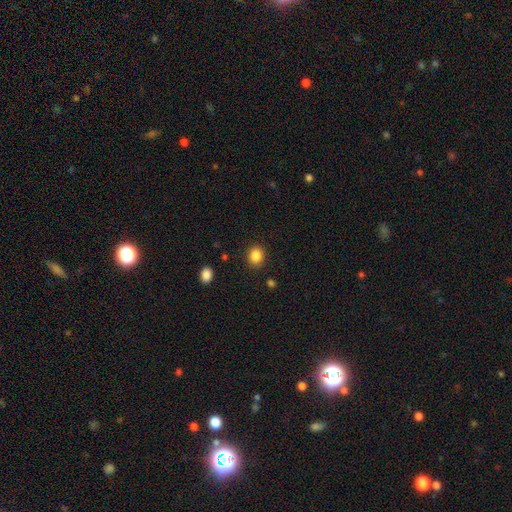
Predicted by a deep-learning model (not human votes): Smooth or featured? smooth (87%)
How rounded? round (57%)
Merging? none (89%)